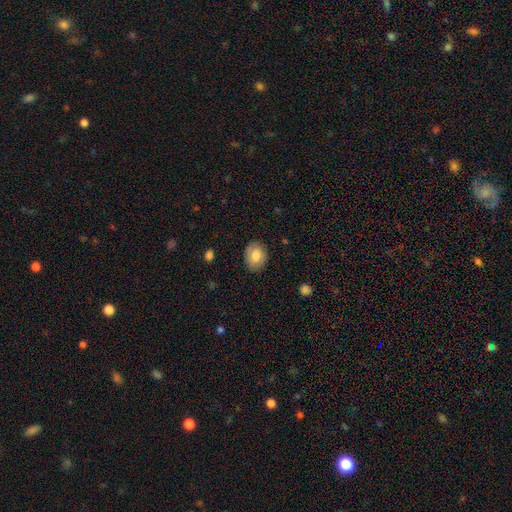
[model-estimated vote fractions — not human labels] This appears to be a smooth galaxy with no disk features (75%) that is in between round and cigar-shaped (62%). Merging: none (84%).